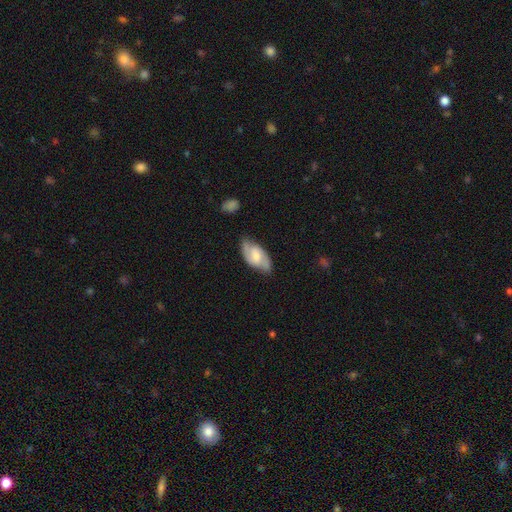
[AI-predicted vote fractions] Morphology: type=featured or disk (72%); edge-on=no (95%); bar=weak (53%); spiral arms=yes (92%); winding=medium (50%); arm count=2 (88%); bulge=moderate (51%); merging=none (75%).